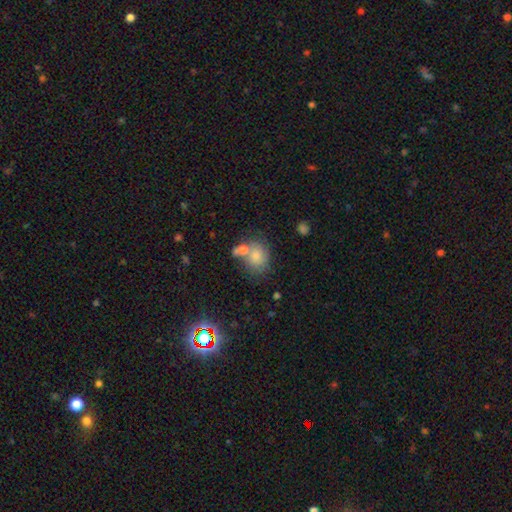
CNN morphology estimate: smooth_or_featured: smooth (p=0.75) [alt: featured or disk p=0.15]
how_rounded: round (p=0.55) [alt: in between p=0.44]
merging: none (p=0.46) [alt: merger p=0.29]